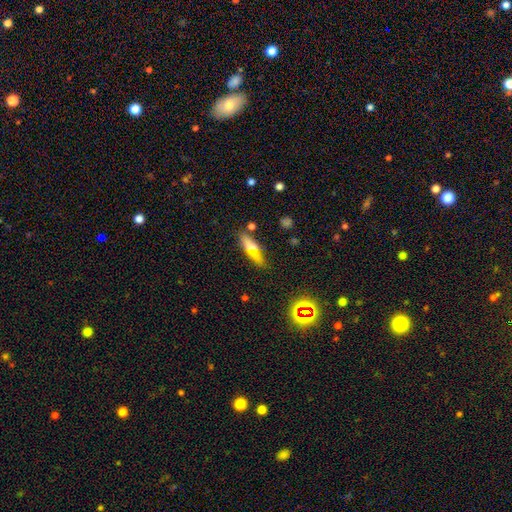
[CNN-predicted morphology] Q: Smooth or featured?
A: featured or disk (44%); runner-up: smooth (42%)
Q: Merging?
A: none (81%); runner-up: minor disturbance (13%)